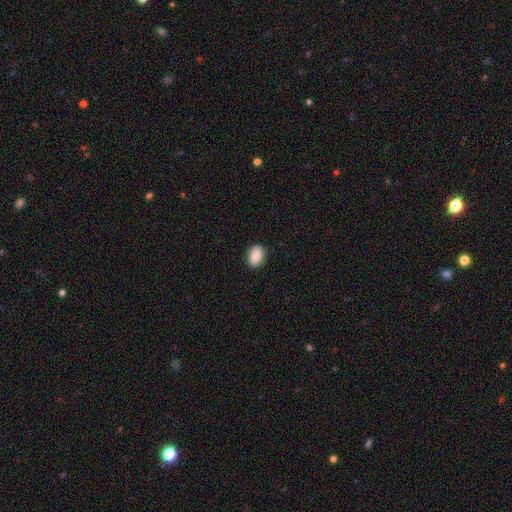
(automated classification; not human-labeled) A smooth galaxy with no disk features (83%) that is in between round and cigar-shaped (80%). Merging: none (86%).